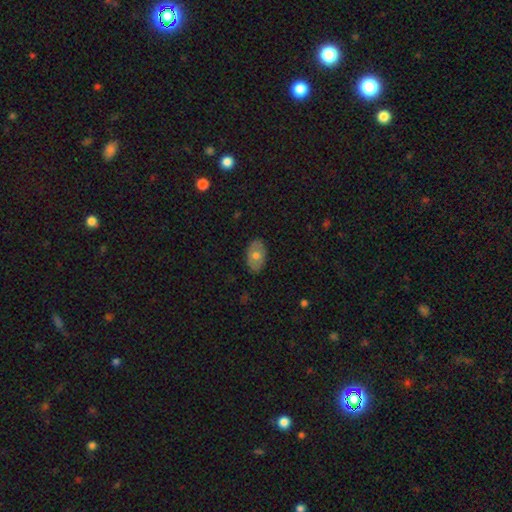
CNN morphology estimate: type=smooth (65%); roundness=in between (90%); merging=none (84%).